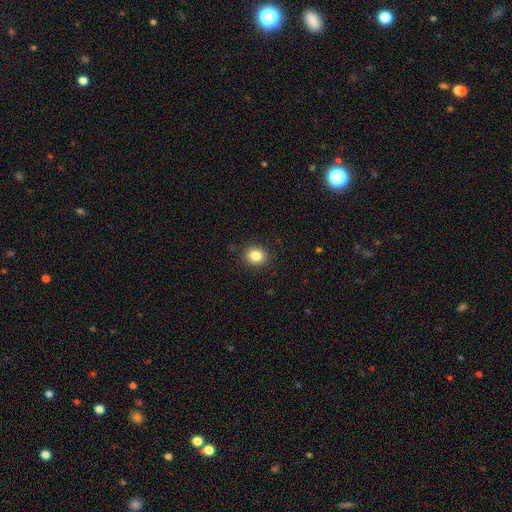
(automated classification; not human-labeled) Overall: smooth (84%). How rounded: round (75%). Merging: none (89%).